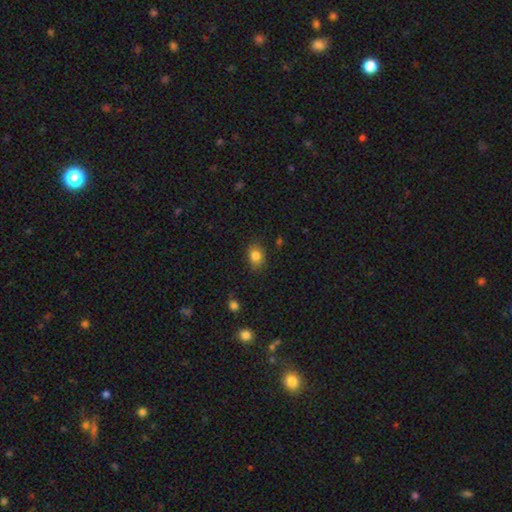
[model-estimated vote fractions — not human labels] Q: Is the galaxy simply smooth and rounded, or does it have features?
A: smooth — 83%.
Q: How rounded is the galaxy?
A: in between — 59%.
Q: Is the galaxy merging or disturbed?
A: none — 84%.